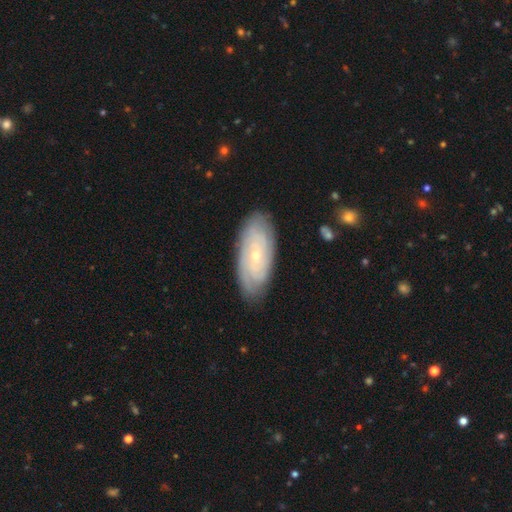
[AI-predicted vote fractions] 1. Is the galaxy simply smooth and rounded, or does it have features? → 72% featured or disk, 22% smooth, 6% star or artifact.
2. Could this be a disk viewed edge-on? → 91% no, 9% yes.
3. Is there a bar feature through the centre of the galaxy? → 75% no, 21% weak, 4% strong.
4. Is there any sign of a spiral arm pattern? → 90% yes, 10% no.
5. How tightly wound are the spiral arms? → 76% tight, 19% medium, 5% loose.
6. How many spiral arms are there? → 52% can't tell, 16% 2, 11% 3, 11% 4, 5% more than 4, 4% 1.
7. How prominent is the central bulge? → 75% small, 22% moderate, 1% none, 1% large, 1% dominant.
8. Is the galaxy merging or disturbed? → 82% none, 14% minor disturbance, 3% major disturbance, 1% merger.